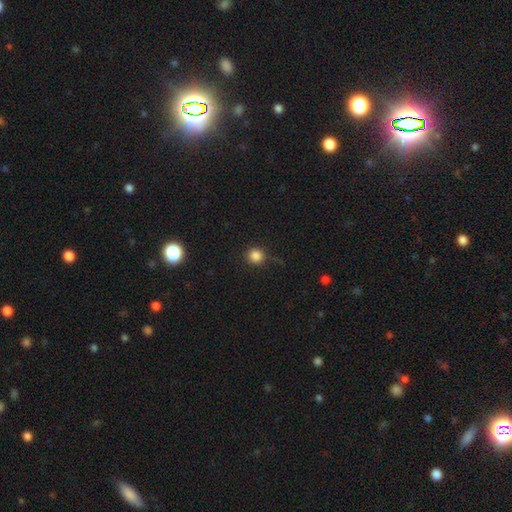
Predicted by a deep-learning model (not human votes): Smooth or featured?
  - smooth: 85% *
  - star or artifact: 12%
  - featured or disk: 4%
How rounded?
  - round: 93% *
  - in between: 7%
  - cigar-shaped: 1%
Merging?
  - none: 85% *
  - minor disturbance: 11%
  - major disturbance: 3%
  - merger: 2%